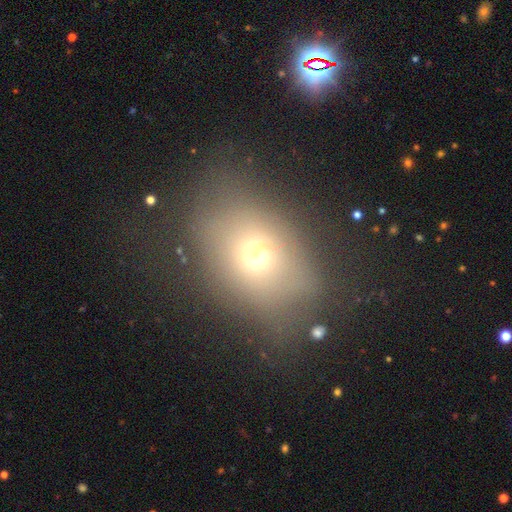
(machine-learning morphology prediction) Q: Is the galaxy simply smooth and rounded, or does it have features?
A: smooth — 62%.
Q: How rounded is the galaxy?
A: in between — 62%.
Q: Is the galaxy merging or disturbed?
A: none — 60%.